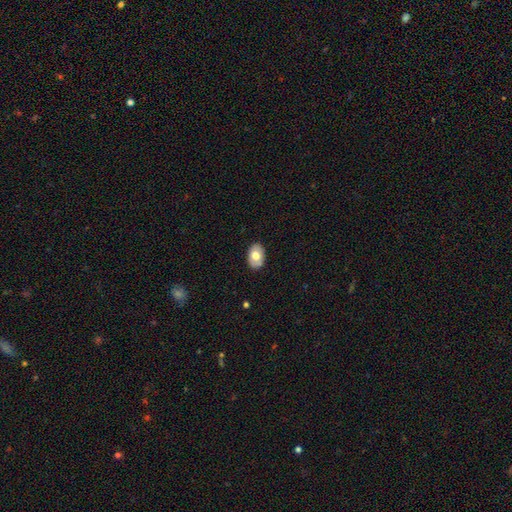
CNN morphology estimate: Overall: smooth (69%). How rounded: in between (86%). Merging: none (86%).